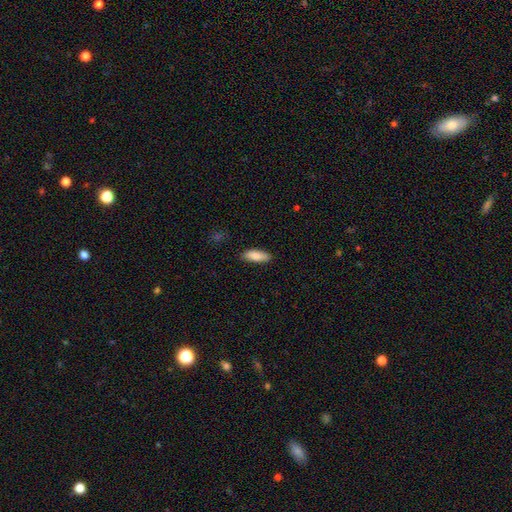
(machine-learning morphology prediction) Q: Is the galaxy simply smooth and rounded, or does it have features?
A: smooth — 87%.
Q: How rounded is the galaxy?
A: in between — 71%.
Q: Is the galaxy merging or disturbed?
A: none — 86%.